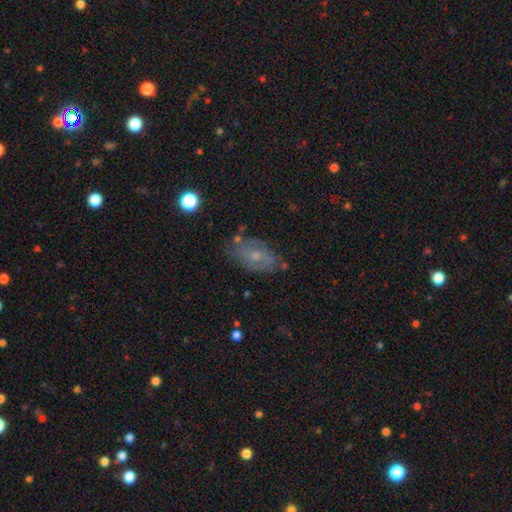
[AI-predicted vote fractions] smooth_or_featured: featured or disk (p=0.47) [alt: smooth p=0.41]
merging: none (p=0.66) [alt: minor disturbance p=0.22]